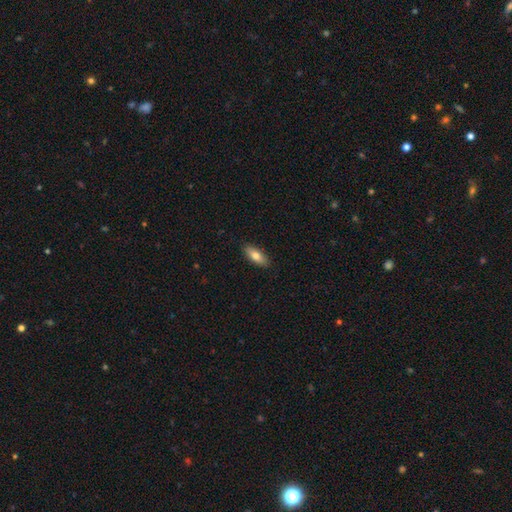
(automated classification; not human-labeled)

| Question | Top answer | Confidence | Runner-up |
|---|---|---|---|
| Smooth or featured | smooth | 75% | featured or disk (19%) |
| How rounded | in between | 78% | cigar-shaped (20%) |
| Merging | none | 89% | minor disturbance (8%) |